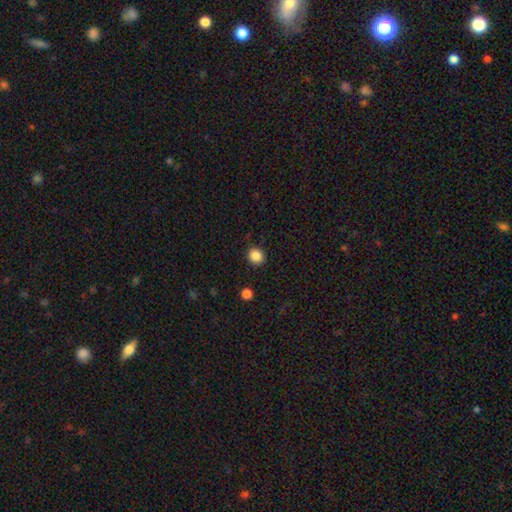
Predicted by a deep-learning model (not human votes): This appears to be a smooth galaxy with no disk features (86%) that is round (82%). Merging: none (90%).